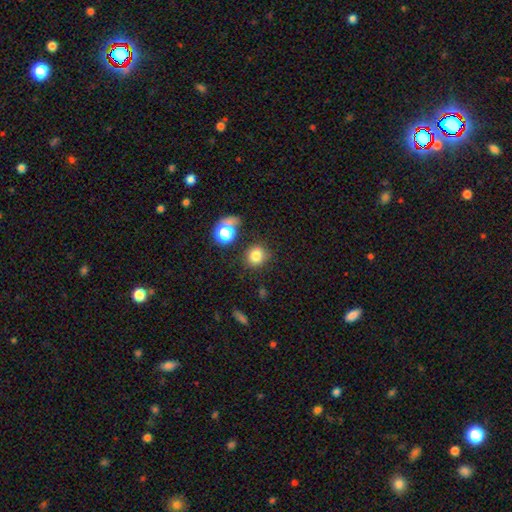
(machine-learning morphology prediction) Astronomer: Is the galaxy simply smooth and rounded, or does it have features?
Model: smooth — 79%.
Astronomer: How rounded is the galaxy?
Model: round — 82%.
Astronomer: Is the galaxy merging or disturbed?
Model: none — 78%.